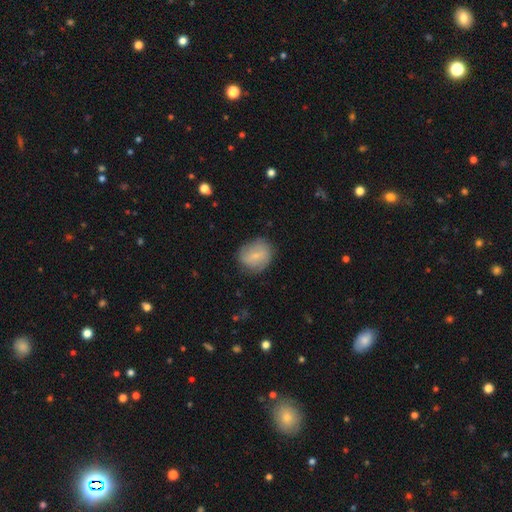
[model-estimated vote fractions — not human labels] smooth-or-featured: smooth: 58% | featured or disk: 34% | star or artifact: 8%
  how-rounded: round: 58% | in between: 41% | cigar-shaped: 1%
  merging: none: 75% | minor disturbance: 18% | major disturbance: 6% | merger: 1%